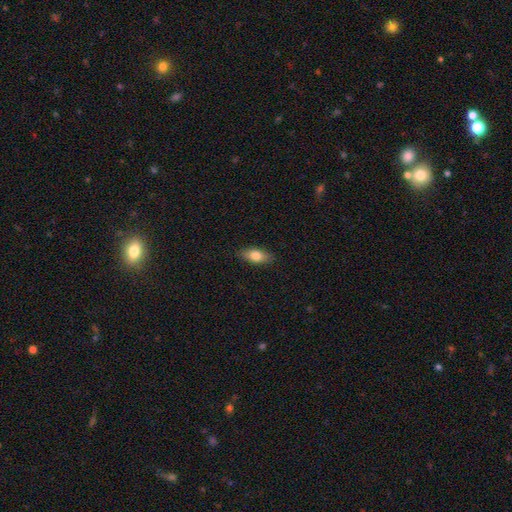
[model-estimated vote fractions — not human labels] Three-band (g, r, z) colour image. It shows a smooth galaxy with no disk features (78%) that is in between round and cigar-shaped (83%). Merging: none (88%).